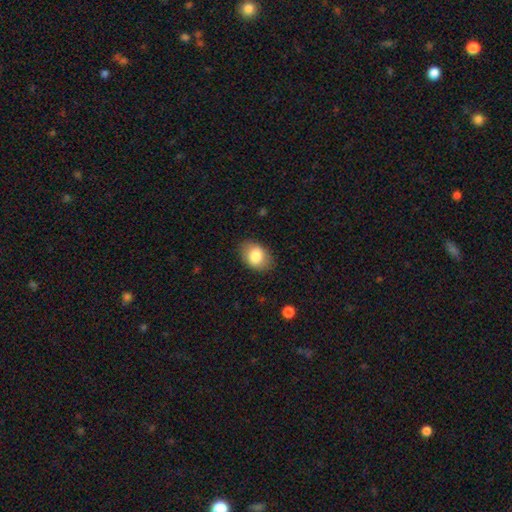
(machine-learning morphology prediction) Overall: smooth (82%). How rounded: in between (81%). Merging: none (83%).